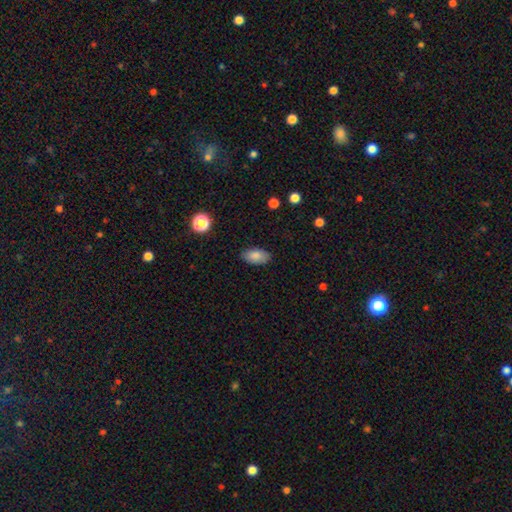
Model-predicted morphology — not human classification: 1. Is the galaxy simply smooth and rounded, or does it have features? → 84% smooth, 8% featured or disk, 8% star or artifact.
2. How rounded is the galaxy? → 93% in between, 5% round, 2% cigar-shaped.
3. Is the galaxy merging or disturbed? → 86% none, 11% minor disturbance, 2% major disturbance, 1% merger.